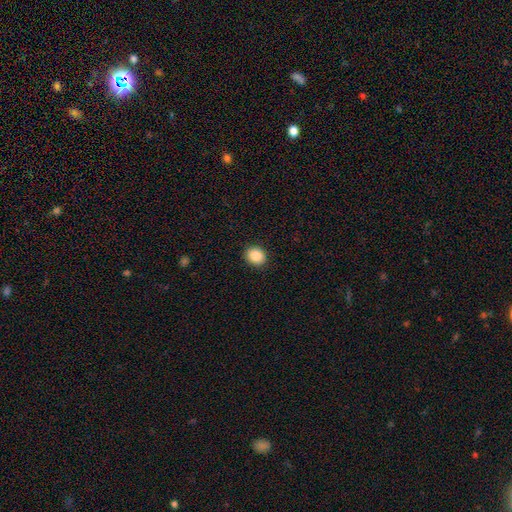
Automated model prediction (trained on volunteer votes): Morphology: type=smooth (88%); roundness=round (67%); merging=none (91%).